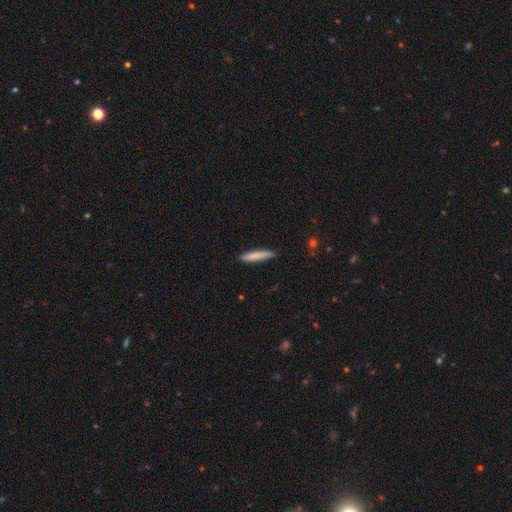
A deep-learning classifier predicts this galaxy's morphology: Q: Smooth or featured?
A: smooth (81%); runner-up: featured or disk (14%)
Q: How rounded?
A: cigar-shaped (92%); runner-up: in between (6%)
Q: Merging?
A: none (87%); runner-up: minor disturbance (10%)